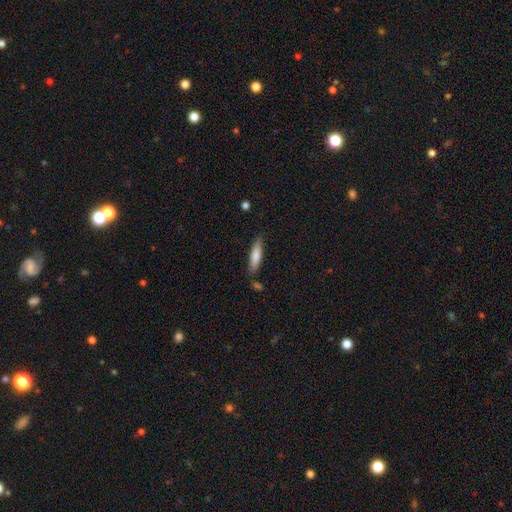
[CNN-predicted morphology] smooth_or_featured: smooth (p=0.75) [alt: featured or disk p=0.19]
how_rounded: cigar-shaped (p=0.74) [alt: in between p=0.25]
merging: none (p=0.81) [alt: minor disturbance p=0.12]